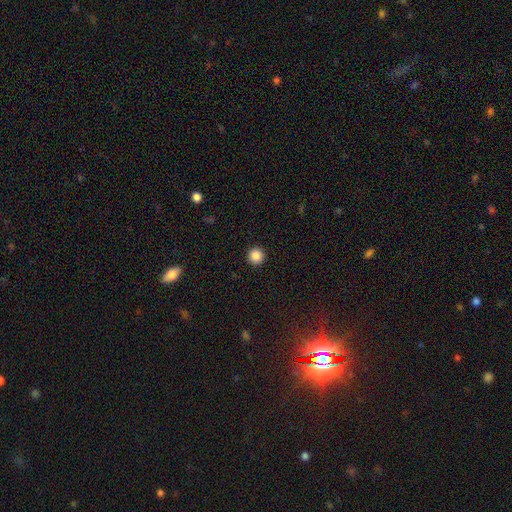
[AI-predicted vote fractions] smooth-or-featured: smooth: 87% | star or artifact: 10% | featured or disk: 3%
  how-rounded: round: 96% | in between: 3% | cigar-shaped: 1%
  merging: none: 93% | minor disturbance: 4% | major disturbance: 2% | merger: 1%